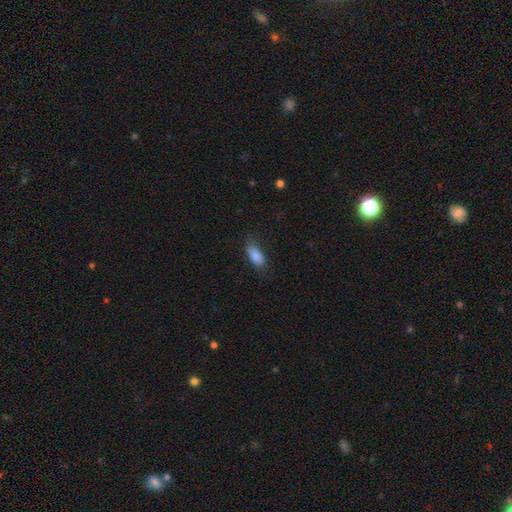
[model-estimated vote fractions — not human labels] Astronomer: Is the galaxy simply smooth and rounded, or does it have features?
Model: smooth — 85%.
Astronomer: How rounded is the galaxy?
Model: in between — 83%.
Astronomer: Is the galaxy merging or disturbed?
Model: none — 66%.